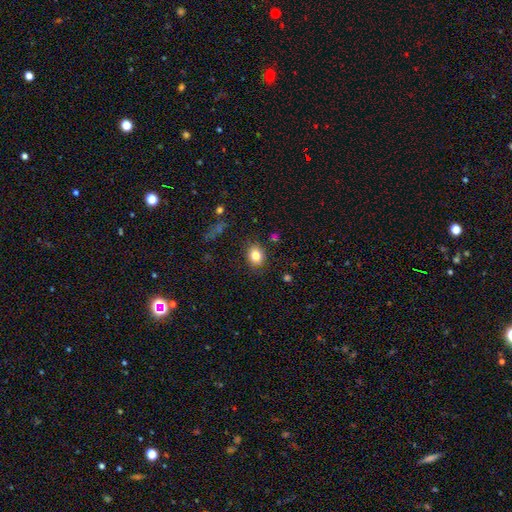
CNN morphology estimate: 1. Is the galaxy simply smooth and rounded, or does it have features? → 82% smooth, 10% star or artifact, 8% featured or disk.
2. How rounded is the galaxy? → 54% in between, 45% round, 1% cigar-shaped.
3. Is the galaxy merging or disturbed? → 84% none, 12% minor disturbance, 3% major disturbance, 2% merger.